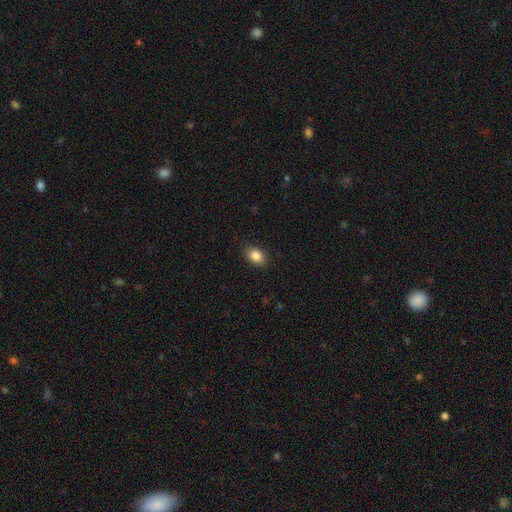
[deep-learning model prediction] Smooth or featured: smooth — 87% (star or artifact — 8%)
How rounded: in between — 79% (round — 20%)
Merging: none — 88% (minor disturbance — 9%)